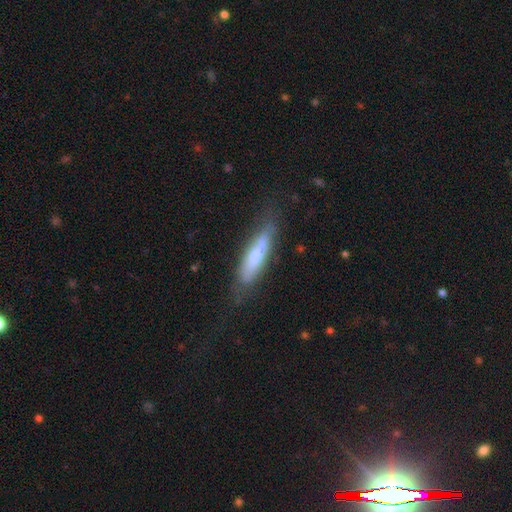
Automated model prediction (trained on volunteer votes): Overall: smooth (58%; featured or disk 35%). How rounded: cigar-shaped (76%). Merging: none (66%).